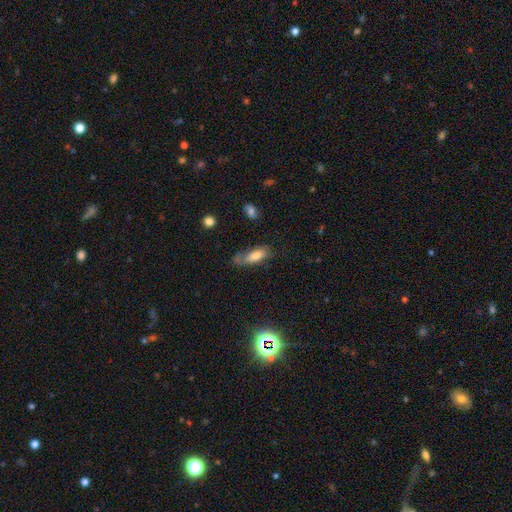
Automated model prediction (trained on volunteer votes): This is likely a smooth galaxy (73%). How rounded: likely in between (69%). Merging: possibly none (49%).